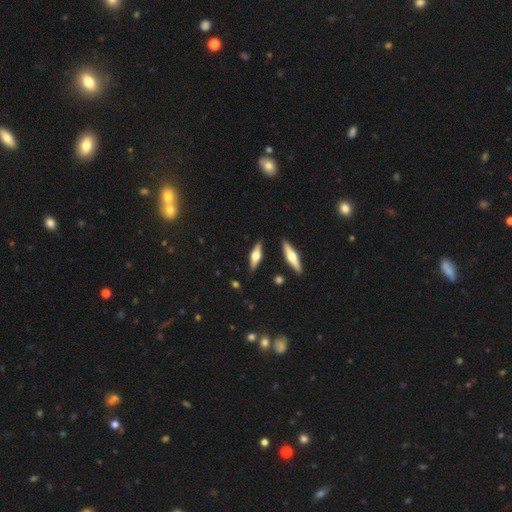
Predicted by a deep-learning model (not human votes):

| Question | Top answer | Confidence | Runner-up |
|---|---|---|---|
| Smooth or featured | featured or disk | 62% | smooth (32%) |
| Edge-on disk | yes | 95% | no (5%) |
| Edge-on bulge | rounded | 93% | boxy (5%) |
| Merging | none | 86% | minor disturbance (9%) |